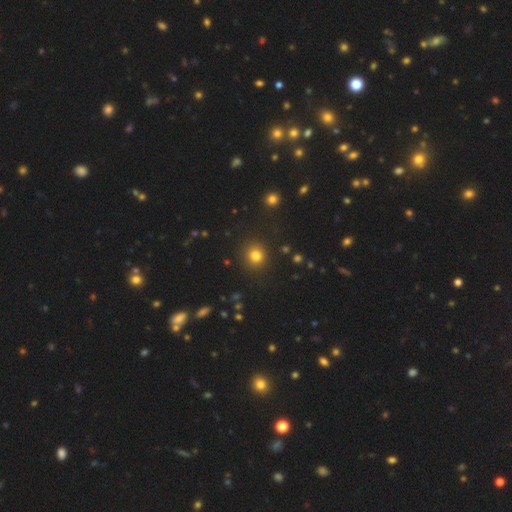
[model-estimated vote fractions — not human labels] The model was most divided on "smooth or featured": smooth: 80%, star or artifact: 14%, featured or disk: 5%. More confident: how rounded — round (90%); merging — none (90%).